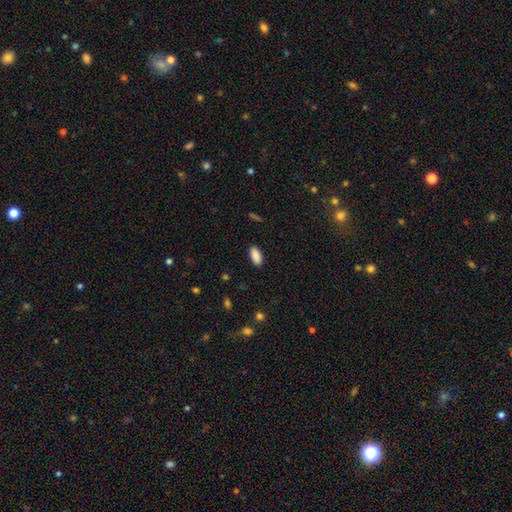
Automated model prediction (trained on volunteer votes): smooth_or_featured: smooth (p=0.89) [alt: star or artifact p=0.07]
how_rounded: in between (p=0.89) [alt: cigar-shaped p=0.09]
merging: none (p=0.88) [alt: minor disturbance p=0.09]